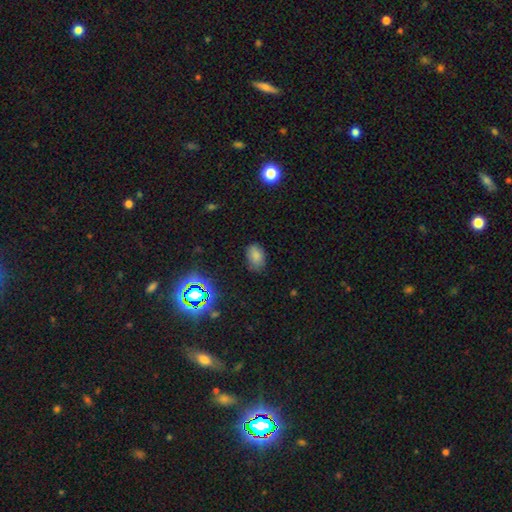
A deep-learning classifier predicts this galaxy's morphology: smooth 77%, star or artifact 17%, featured or disk 7%. Down the decision tree: how rounded — in between (86%); merging — none (76%).